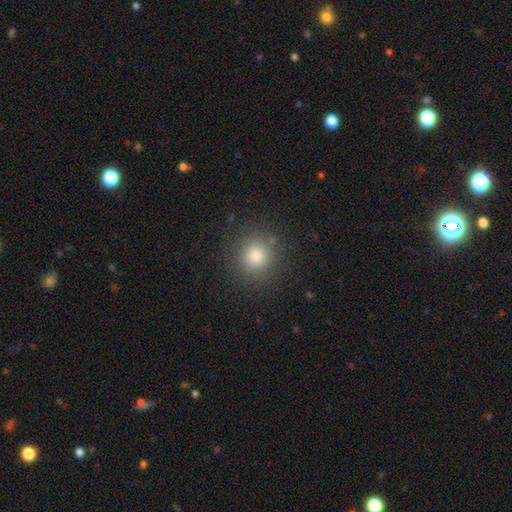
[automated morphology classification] The model was most divided on "smooth or featured": smooth: 79%, star or artifact: 15%, featured or disk: 6%. More confident: how rounded — round (91%); merging — none (87%).